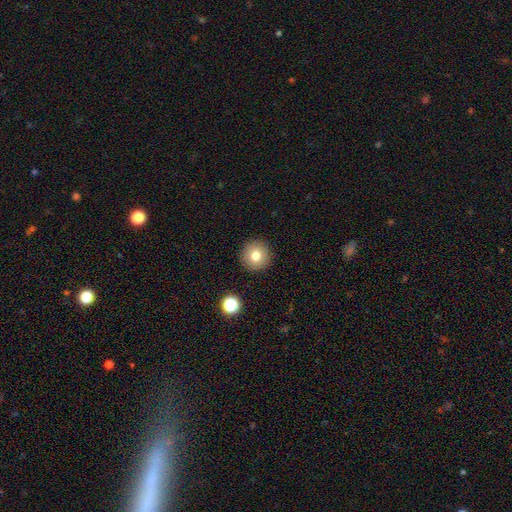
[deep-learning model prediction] A smooth galaxy with no disk features (77%) that is round (96%).

Vote fractions:
- Smooth or featured? smooth: 77% / featured or disk: 12% / star or artifact: 12%
- How rounded? round: 96% / in between: 4% / cigar-shaped: 1%
- Merging? none: 92% / minor disturbance: 5% / major disturbance: 2% / merger: 1%